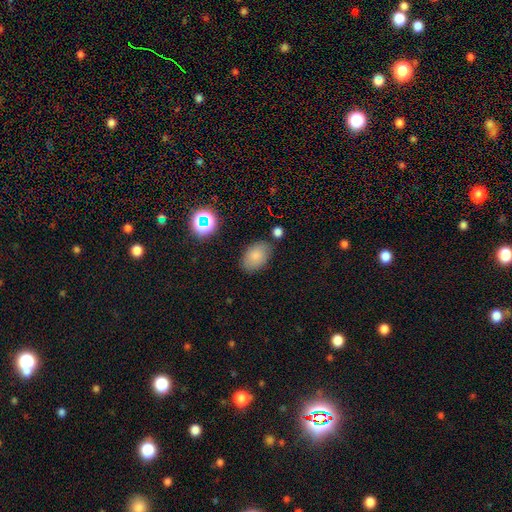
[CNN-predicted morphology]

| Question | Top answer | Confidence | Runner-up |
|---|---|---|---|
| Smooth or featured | smooth | 81% | star or artifact (11%) |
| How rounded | in between | 86% | round (13%) |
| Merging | none | 78% | minor disturbance (14%) |